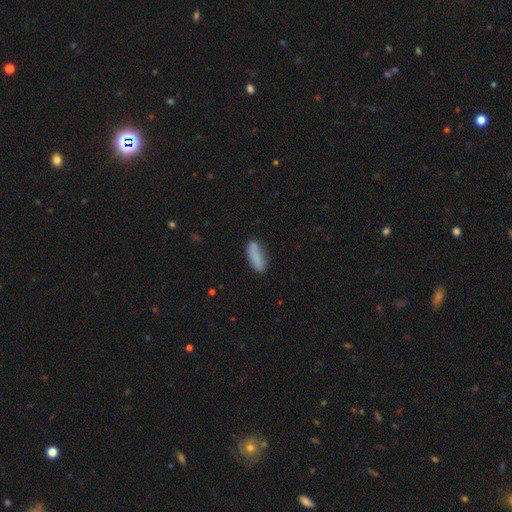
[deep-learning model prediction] A smooth galaxy with no disk features (85%) that is in between round and cigar-shaped (55%).

Vote fractions:
- Smooth or featured? smooth: 85% / featured or disk: 8% / star or artifact: 7%
- How rounded? in between: 55% / cigar-shaped: 43% / round: 2%
- Merging? none: 74% / minor disturbance: 18% / major disturbance: 4% / merger: 3%